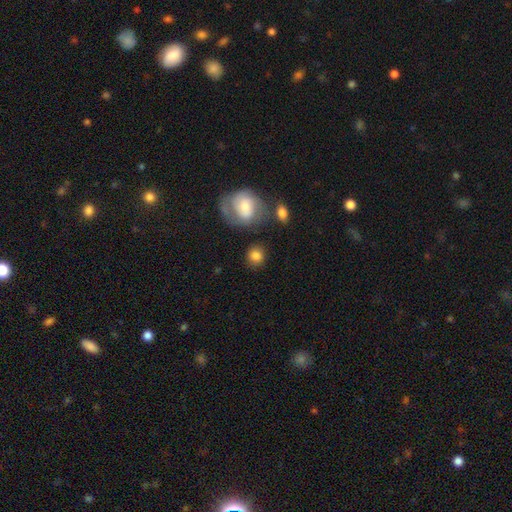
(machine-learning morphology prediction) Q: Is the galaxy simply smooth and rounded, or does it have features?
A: smooth — 83%.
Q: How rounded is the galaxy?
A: round — 82%.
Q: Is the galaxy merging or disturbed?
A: none — 78%.